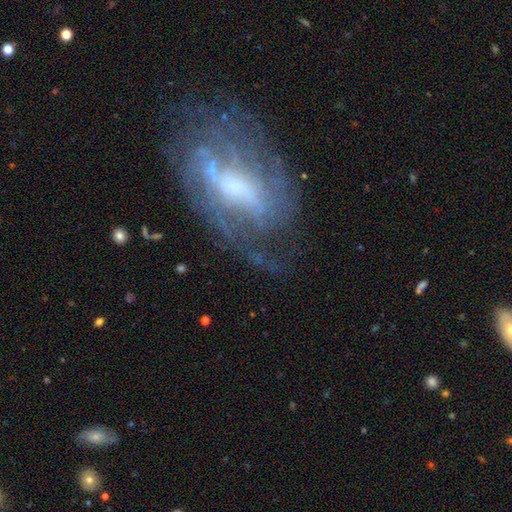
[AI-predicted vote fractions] Overall: featured or disk (80%). Edge-on disk: no (93%). Bar: weak (43%; no 33%). Spiral arms: yes (83%). Spiral arm count: can't tell (43%; 2 28%). Spiral winding: medium (40%; tight 38%). Bulge size: moderate (41%; small 34%). Merging: none (63%).